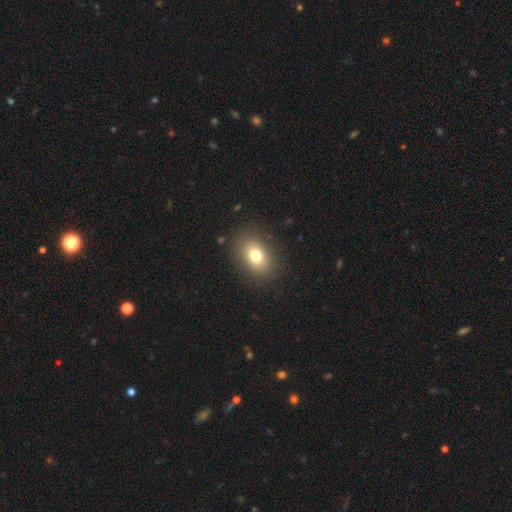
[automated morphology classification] A smooth galaxy with no disk features (77%) that is in between round and cigar-shaped (71%).

Vote fractions:
- Smooth or featured? smooth: 77% / featured or disk: 12% / star or artifact: 11%
- How rounded? in between: 71% / round: 28% / cigar-shaped: 1%
- Merging? none: 86% / minor disturbance: 9% / major disturbance: 4% / merger: 1%